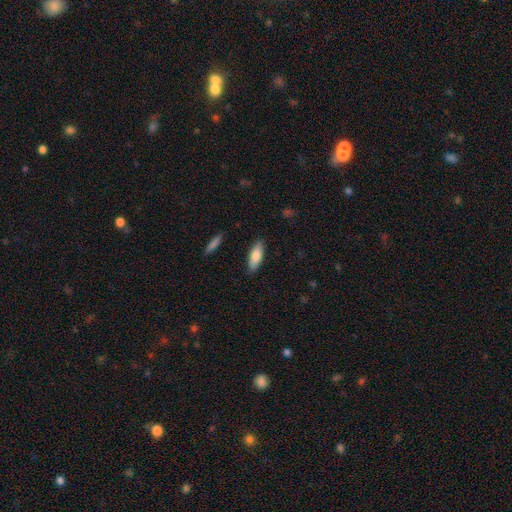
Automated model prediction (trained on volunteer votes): Smooth or featured? Predicted: smooth (p=0.79). How rounded? Predicted: in between (p=0.66). Merging? Predicted: none (p=0.87).